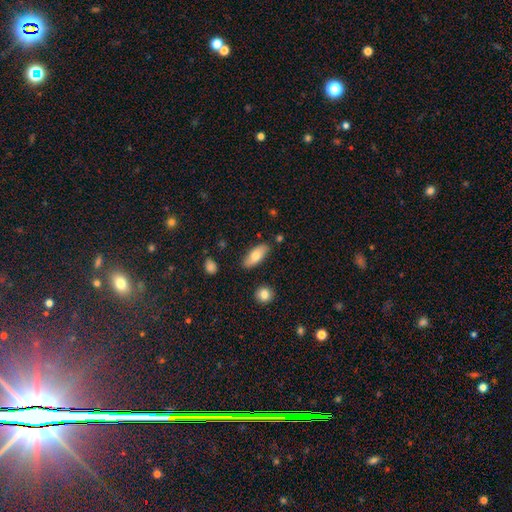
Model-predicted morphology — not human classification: Overall: smooth (74%). How rounded: in between (81%). Merging: none (83%).